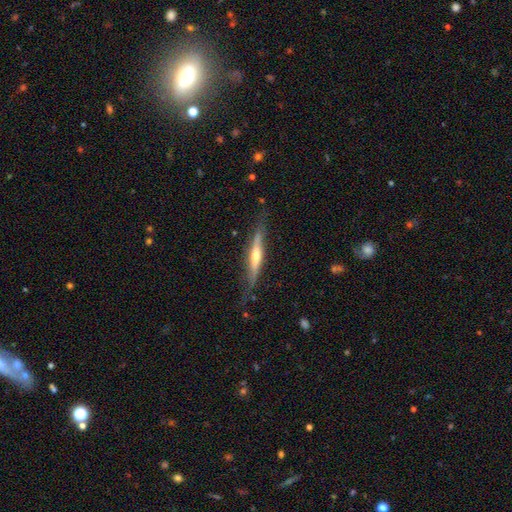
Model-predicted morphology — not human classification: The model was most divided on "smooth or featured": featured or disk: 67%, smooth: 28%, star or artifact: 5%. More confident: edge-on disk — yes (92%); edge-on bulge — rounded (78%); merging — none (70%).